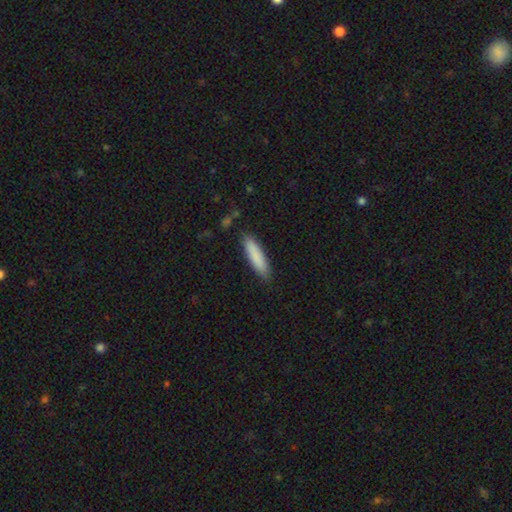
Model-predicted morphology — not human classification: Smooth or featured? Predicted: smooth (p=0.86). How rounded? Predicted: cigar-shaped (p=0.78). Merging? Predicted: none (p=0.86).